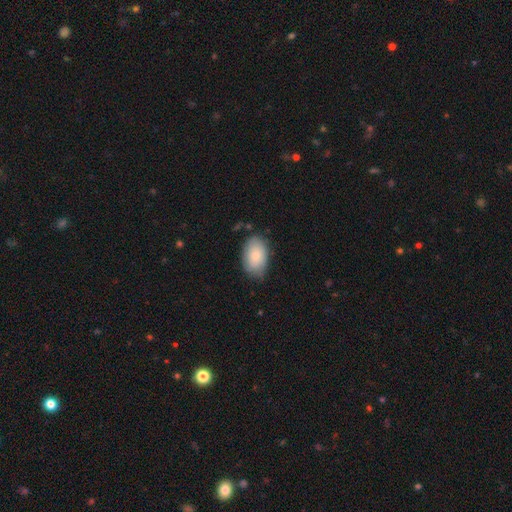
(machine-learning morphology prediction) Smooth or featured? Predicted: smooth (p=0.80). How rounded? Predicted: in between (p=0.91). Merging? Predicted: none (p=0.73).